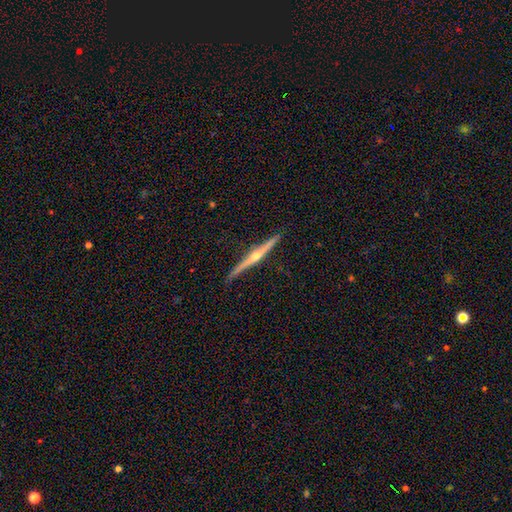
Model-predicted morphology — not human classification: A featured or disk galaxy (85%) viewed edge-on (98%) with a rounded central bulge (93%).

Vote fractions:
- Smooth or featured? featured or disk: 85% / smooth: 11% / star or artifact: 5%
- Edge-on disk? yes: 98% / no: 2%
- Edge-on bulge? rounded: 93% / none: 4% / boxy: 2%
- Merging? none: 90% / minor disturbance: 7% / major disturbance: 1% / merger: 1%